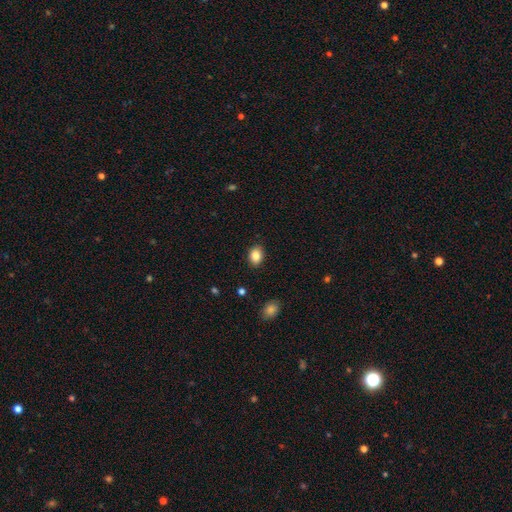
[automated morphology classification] Q: Smooth or featured?
A: smooth (86%); runner-up: star or artifact (9%)
Q: How rounded?
A: in between (69%); runner-up: round (30%)
Q: Merging?
A: none (88%); runner-up: minor disturbance (9%)